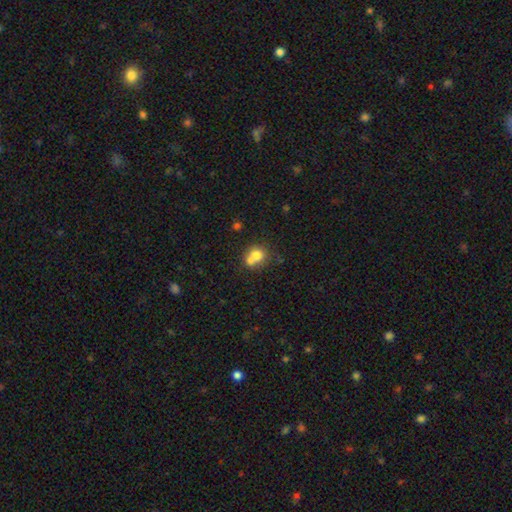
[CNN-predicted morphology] type=smooth (72%); roundness=round (74%); merging=merger (53%).